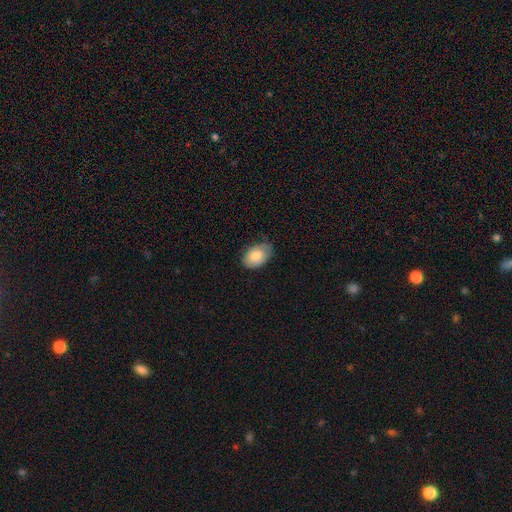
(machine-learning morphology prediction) This is likely a smooth galaxy (79%). How rounded: clearly in between (86%). Merging: likely none (65%).